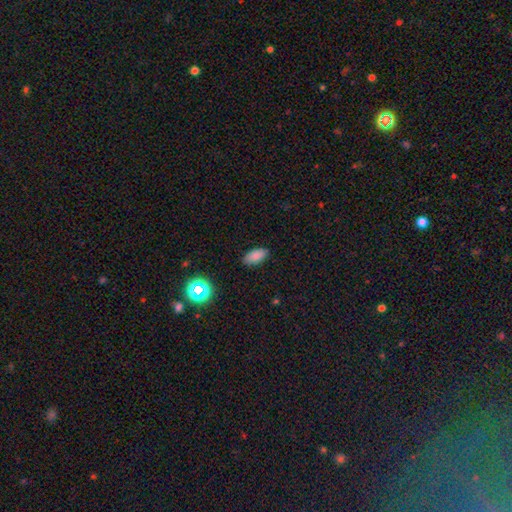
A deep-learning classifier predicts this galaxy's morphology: Overall: smooth (82%). How rounded: in between (91%). Merging: none (85%).